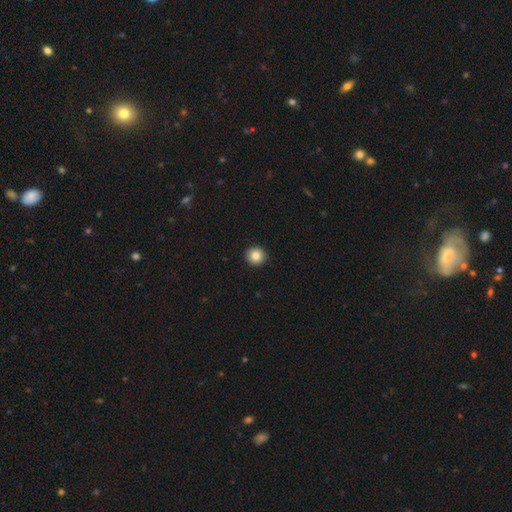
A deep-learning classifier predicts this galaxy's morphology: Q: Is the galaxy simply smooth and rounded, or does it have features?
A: smooth — 85%.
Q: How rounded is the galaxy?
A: round — 94%.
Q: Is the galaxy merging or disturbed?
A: none — 93%.